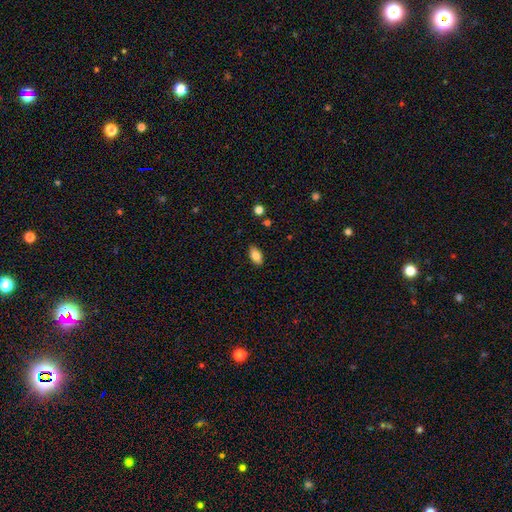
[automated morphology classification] Overall: smooth (82%). How rounded: in between (91%). Merging: none (87%).